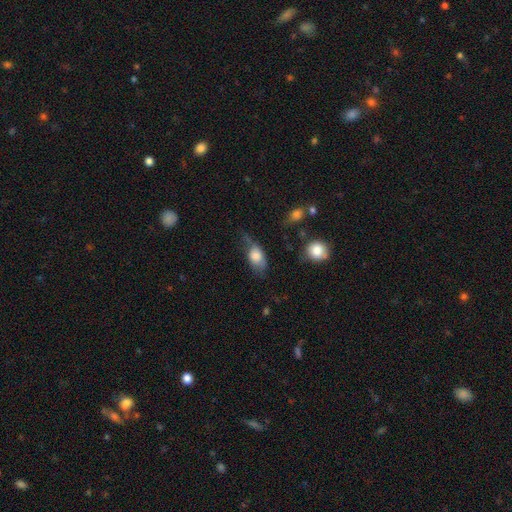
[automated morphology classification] Overall: smooth (73%). How rounded: in between (84%). Merging: none (36%; minor disturbance 34%).